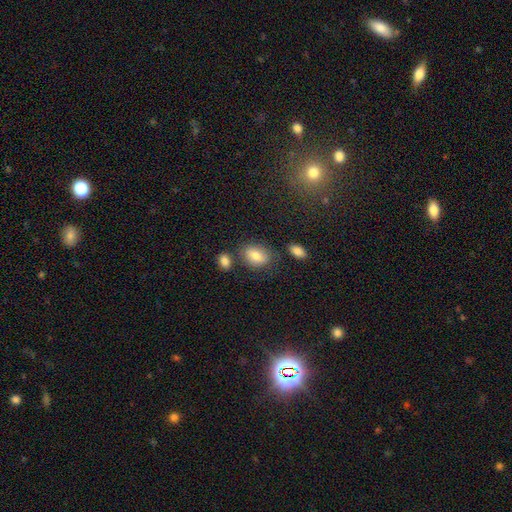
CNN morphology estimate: This is likely a smooth galaxy (79%). How rounded: likely in between (79%). Merging: likely none (70%).